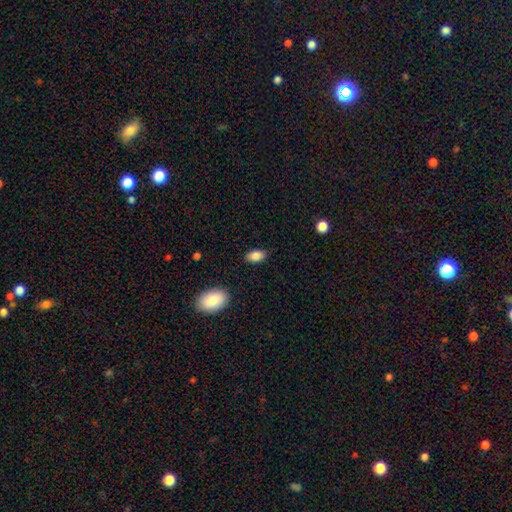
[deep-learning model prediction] This is clearly a smooth galaxy (86%). How rounded: clearly in between (90%). Merging: clearly none (84%).